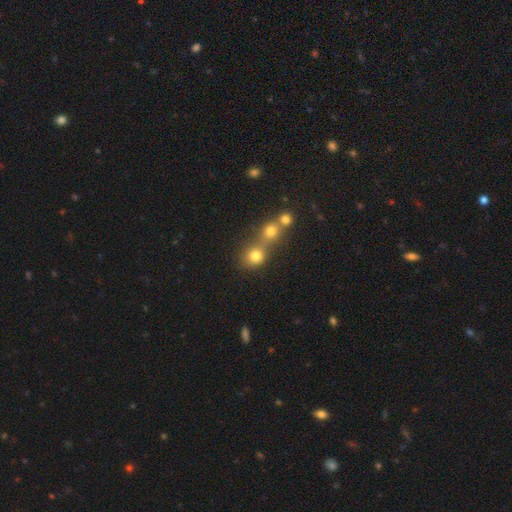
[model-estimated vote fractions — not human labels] Smooth or featured: smooth — 76% (star or artifact — 15%)
How rounded: round — 84% (in between — 14%)
Merging: merger — 46% (none — 44%)